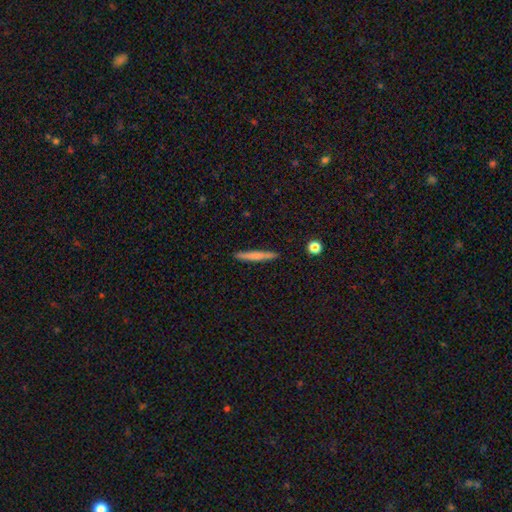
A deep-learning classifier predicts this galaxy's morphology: smooth_or_featured: smooth (p=0.67) [alt: featured or disk p=0.27]
how_rounded: cigar-shaped (p=0.96) [alt: in between p=0.03]
merging: none (p=0.91) [alt: minor disturbance p=0.06]